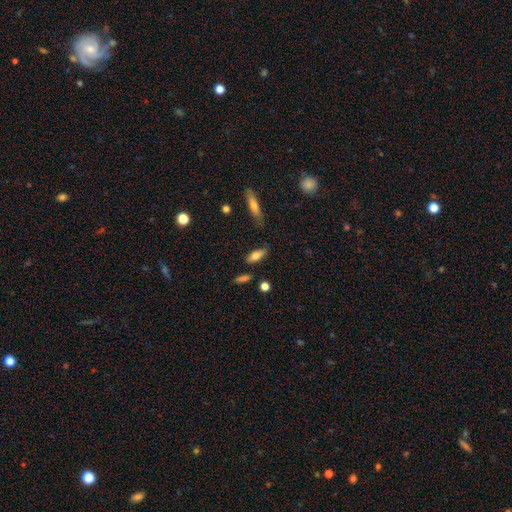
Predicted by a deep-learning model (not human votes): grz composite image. It shows a smooth galaxy with no disk features (71%) that is in between round and cigar-shaped (71%). Merging: none (78%).